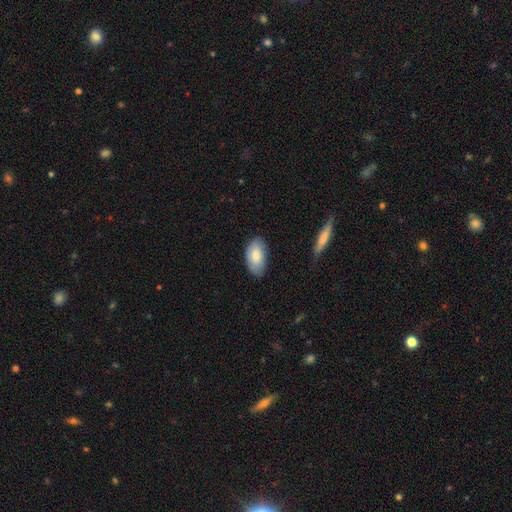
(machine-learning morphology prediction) smooth_or_featured: smooth (p=0.78) [alt: featured or disk p=0.16]
how_rounded: in between (p=0.94) [alt: round p=0.04]
merging: none (p=0.78) [alt: minor disturbance p=0.17]